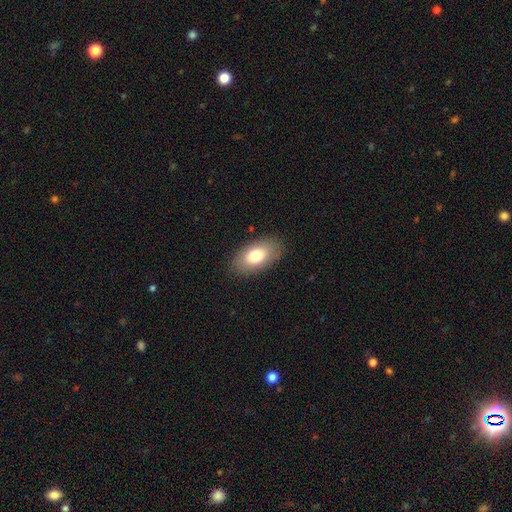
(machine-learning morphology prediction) A smooth galaxy with no disk features (75%) that is in between round and cigar-shaped (93%). Merging: none (86%).